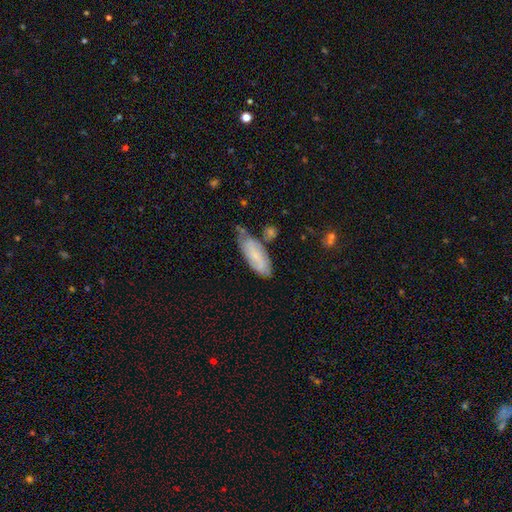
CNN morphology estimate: Smooth or featured?
  - smooth: 52% *
  - featured or disk: 41%
  - star or artifact: 8%
How rounded?
  - in between: 67% *
  - cigar-shaped: 31%
  - round: 2%
Merging?
  - none: 55% *
  - minor disturbance: 29%
  - merger: 9%
  - major disturbance: 8%